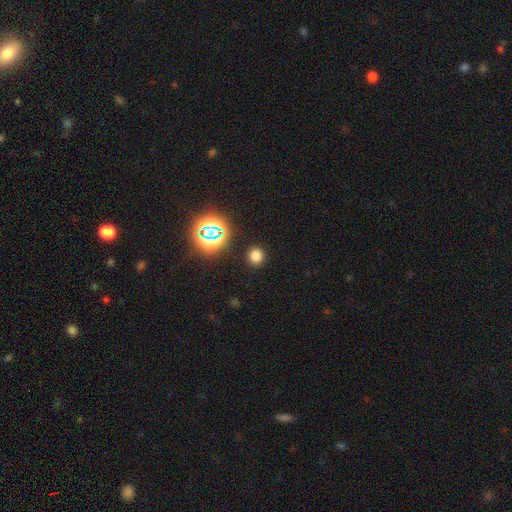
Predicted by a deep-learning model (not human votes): A smooth galaxy with no disk features (73%) that is round (87%). Merging: none (89%).